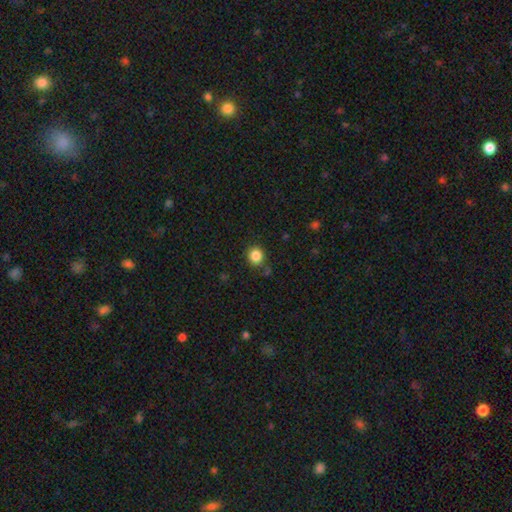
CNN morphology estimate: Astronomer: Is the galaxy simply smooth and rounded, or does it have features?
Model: smooth — 85%.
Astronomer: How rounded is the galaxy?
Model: round — 87%.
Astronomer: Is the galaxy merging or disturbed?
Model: none — 83%.